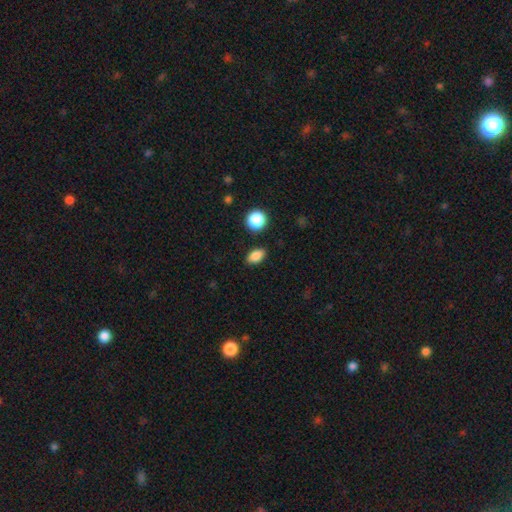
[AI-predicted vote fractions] Morphology: type=smooth (86%); roundness=in between (82%); merging=none (86%).